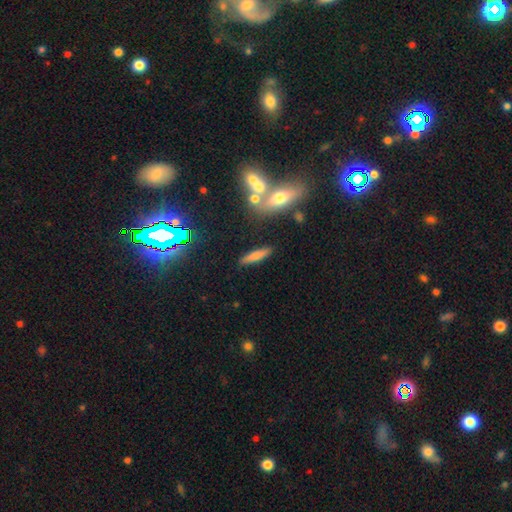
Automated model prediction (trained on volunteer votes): smooth 68%, featured or disk 23%, star or artifact 9%. Down the decision tree: how rounded — cigar-shaped (82%); merging — none (85%).